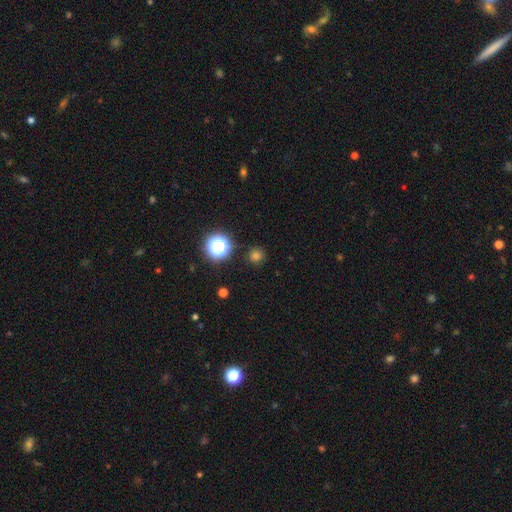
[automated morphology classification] A smooth galaxy with no disk features (71%) that is round (94%). Merging: none (90%).